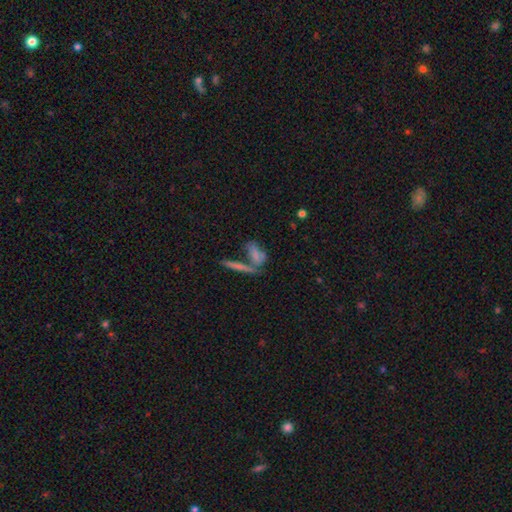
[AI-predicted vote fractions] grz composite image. It shows a smooth galaxy with no disk features (63%) that is in between round and cigar-shaped (52%). Merging: merger (40%).